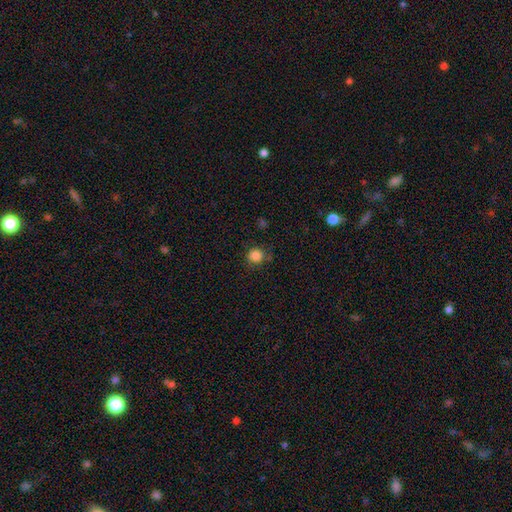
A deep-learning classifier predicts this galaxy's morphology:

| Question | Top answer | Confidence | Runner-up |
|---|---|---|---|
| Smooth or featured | smooth | 85% | star or artifact (11%) |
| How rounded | round | 92% | in between (7%) |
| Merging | none | 81% | minor disturbance (12%) |